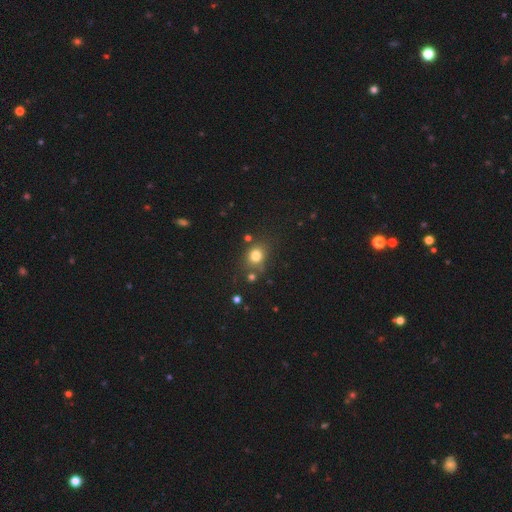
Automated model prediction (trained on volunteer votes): Smooth or featured?
  - smooth: 78% *
  - star or artifact: 14%
  - featured or disk: 8%
How rounded?
  - round: 68% *
  - in between: 31%
  - cigar-shaped: 1%
Merging?
  - none: 71% *
  - minor disturbance: 14%
  - merger: 10%
  - major disturbance: 5%